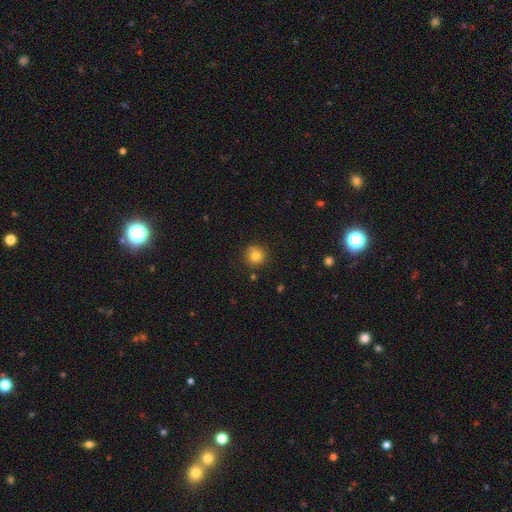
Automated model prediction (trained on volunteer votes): A smooth galaxy with no disk features (80%) that is round (93%).

Vote fractions:
- Smooth or featured? smooth: 80% / star or artifact: 12% / featured or disk: 8%
- How rounded? round: 93% / in between: 6% / cigar-shaped: 1%
- Merging? none: 83% / minor disturbance: 11% / merger: 4% / major disturbance: 2%